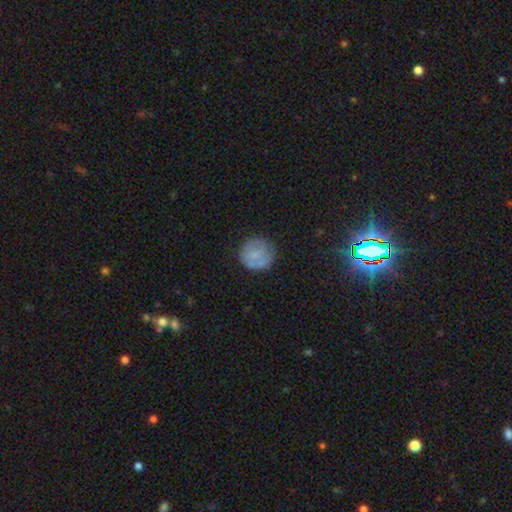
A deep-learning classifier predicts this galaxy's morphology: Smooth or featured? smooth (68%)
How rounded? round (91%)
Merging? none (76%)